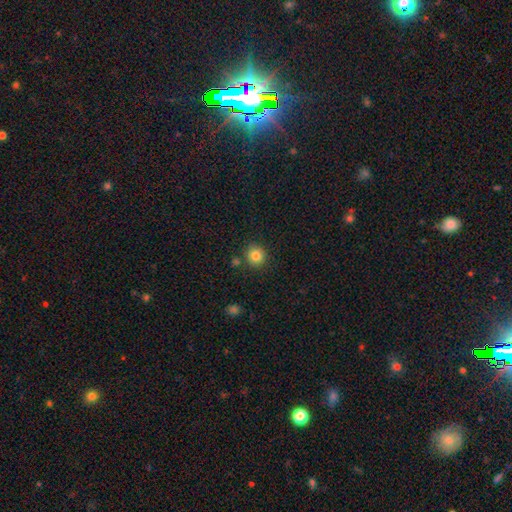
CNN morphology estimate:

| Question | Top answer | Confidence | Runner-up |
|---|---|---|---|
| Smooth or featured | smooth | 84% | star or artifact (11%) |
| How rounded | round | 91% | in between (8%) |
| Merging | none | 85% | minor disturbance (8%) |